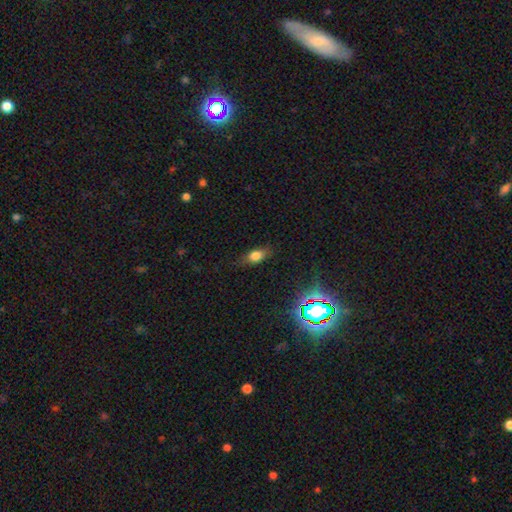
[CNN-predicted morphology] A smooth galaxy with no disk features (70%) that is in between round and cigar-shaped (74%).

Vote fractions:
- Smooth or featured? smooth: 70% / featured or disk: 16% / star or artifact: 14%
- How rounded? in between: 74% / round: 13% / cigar-shaped: 12%
- Merging? none: 75% / minor disturbance: 18% / major disturbance: 5% / merger: 1%